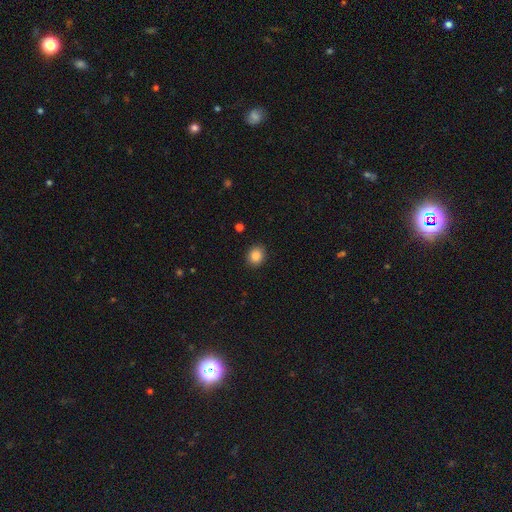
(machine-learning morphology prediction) Smooth or featured? smooth (86%)
How rounded? round (73%)
Merging? none (91%)